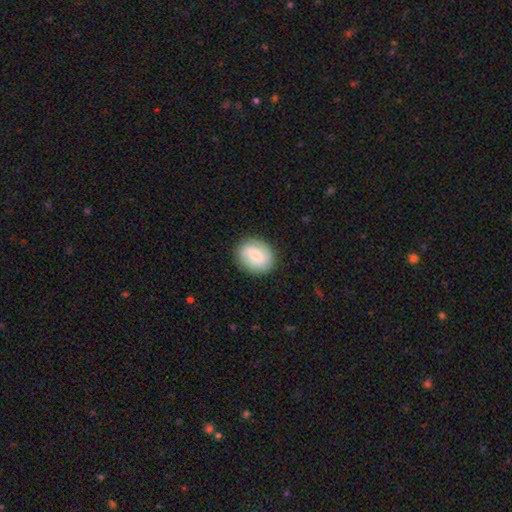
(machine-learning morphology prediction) smooth-or-featured: smooth: 68% | featured or disk: 25% | star or artifact: 7%
  how-rounded: round: 57% | in between: 42% | cigar-shaped: 1%
  merging: none: 85% | minor disturbance: 11% | major disturbance: 3% | merger: 1%